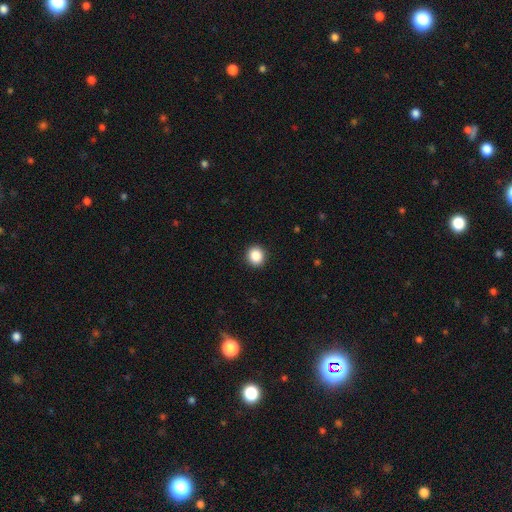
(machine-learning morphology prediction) The model was most divided on "how rounded": round: 88%, in between: 11%, cigar-shaped: 1%. More confident: merging — none (92%); smooth or featured — smooth (87%).